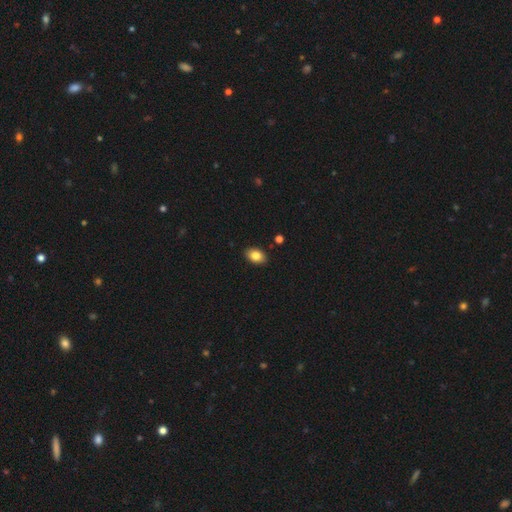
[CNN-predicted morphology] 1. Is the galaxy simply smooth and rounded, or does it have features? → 84% smooth, 8% star or artifact, 8% featured or disk.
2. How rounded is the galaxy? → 87% in between, 12% round, 1% cigar-shaped.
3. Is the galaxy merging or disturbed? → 89% none, 8% minor disturbance, 2% major disturbance, 1% merger.